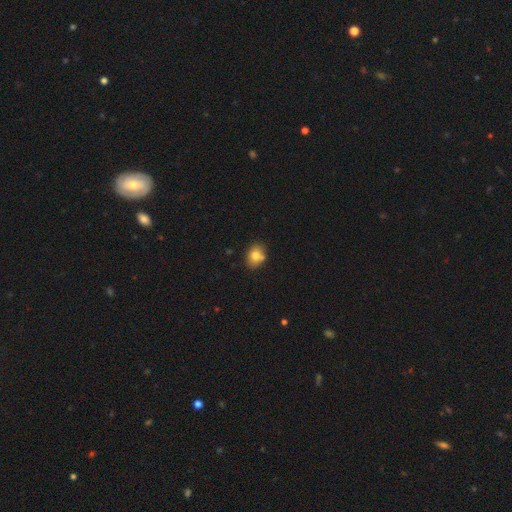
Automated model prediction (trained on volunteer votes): This appears to be a smooth galaxy with no disk features (77%) that is in between round and cigar-shaped (54%). Merging: none (69%).